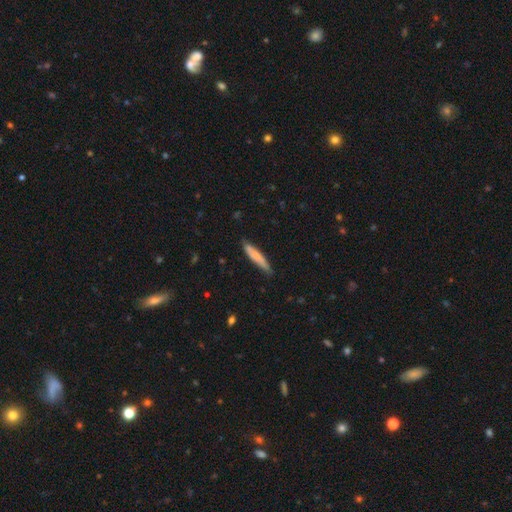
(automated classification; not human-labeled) This appears to be a smooth galaxy with no disk features (76%) that is cigar-shaped (90%). Merging: none (77%).